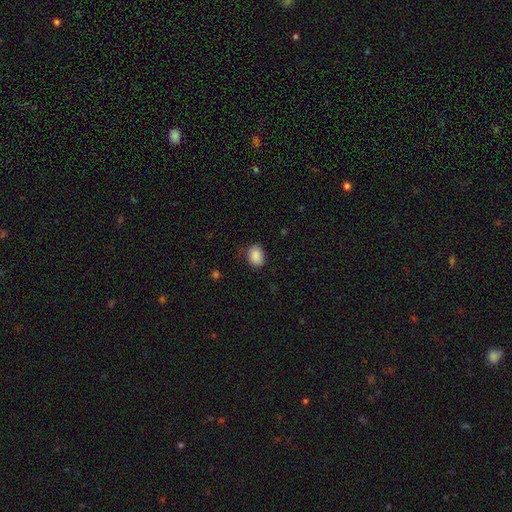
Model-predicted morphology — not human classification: A smooth galaxy with no disk features (88%) that is in between round and cigar-shaped (68%). Merging: none (78%).